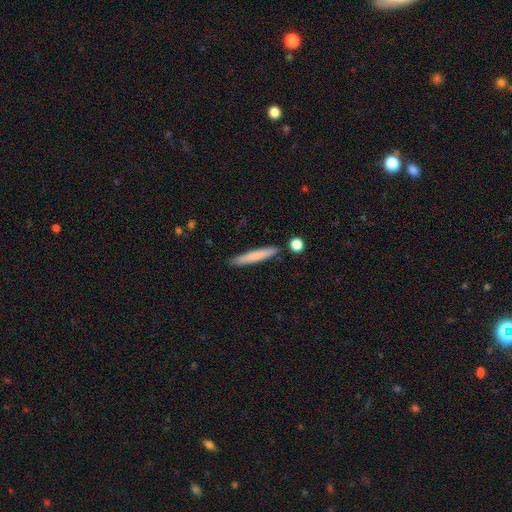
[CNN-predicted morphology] Smooth or featured? smooth (70%)
How rounded? cigar-shaped (94%)
Merging? none (85%)